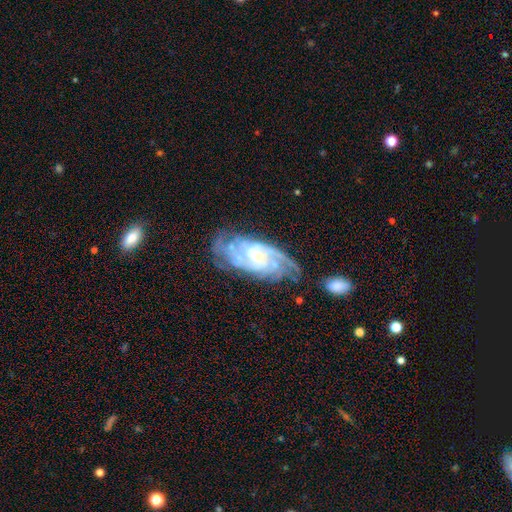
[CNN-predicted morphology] Smooth or featured?
  - featured or disk: 85% *
  - smooth: 9%
  - star or artifact: 6%
Edge-on disk?
  - no: 94% *
  - yes: 6%
Bar?
  - no: 54% *
  - weak: 37%
  - strong: 9%
Spiral arms?
  - yes: 95% *
  - no: 5%
Spiral winding?
  - tight: 56% *
  - medium: 36%
  - loose: 8%
Spiral arm count?
  - can't tell: 32% *
  - 3: 20%
  - 2: 20%
  - 4: 16%
  - more than 4: 6%
  - 1: 5%
Bulge size?
  - small: 43% *
  - moderate: 38%
  - none: 11%
  - large: 7%
  - dominant: 1%
Merging?
  - none: 64% *
  - minor disturbance: 21%
  - major disturbance: 10%
  - merger: 5%